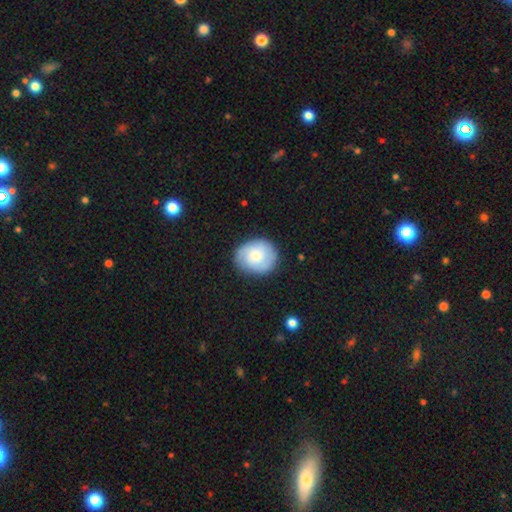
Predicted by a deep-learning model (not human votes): The model was most divided on "smooth or featured": smooth: 53%, featured or disk: 40%, star or artifact: 7%. More confident: merging — none (83%); how rounded — round (72%).